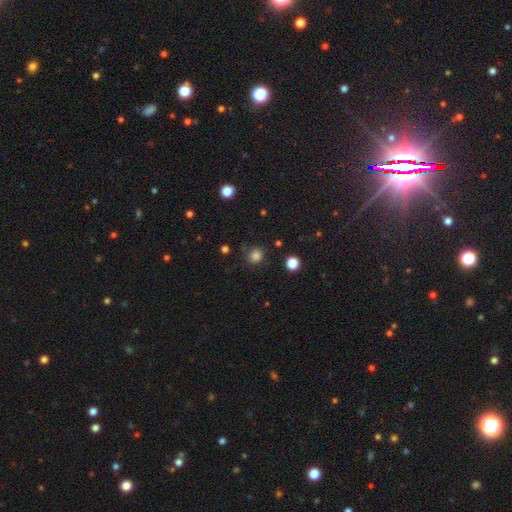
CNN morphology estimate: Overall: smooth (82%). How rounded: round (87%). Merging: none (83%).